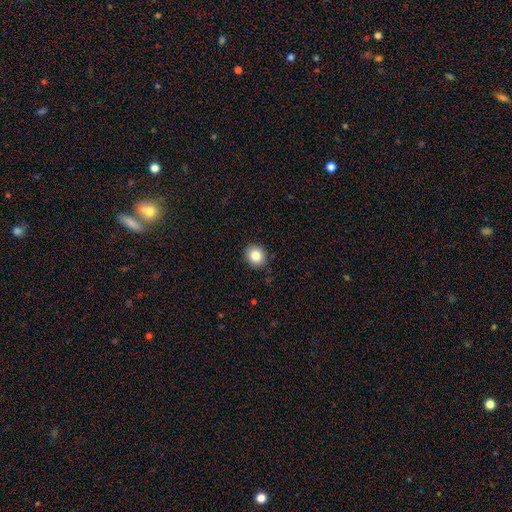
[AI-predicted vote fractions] Overall: smooth (84%). How rounded: round (78%). Merging: none (89%).